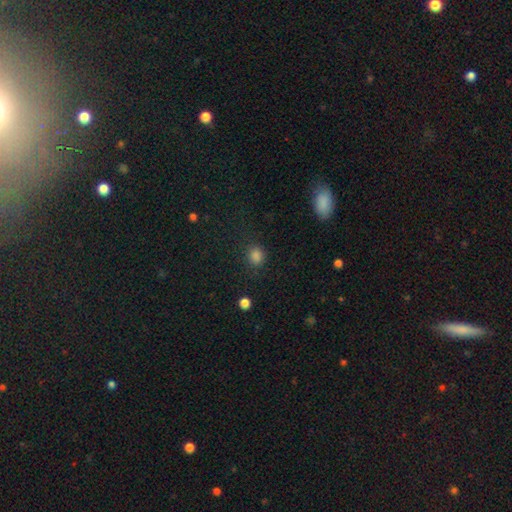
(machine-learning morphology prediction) Smooth or featured? Predicted: smooth (p=0.81). How rounded? Predicted: round (p=0.70). Merging? Predicted: none (p=0.83).